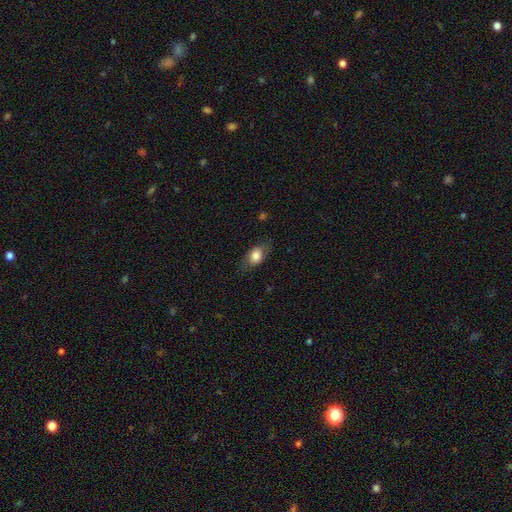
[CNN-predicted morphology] The model was most divided on "smooth or featured": smooth: 75%, featured or disk: 17%, star or artifact: 8%. More confident: how rounded — in between (79%); merging — none (76%).